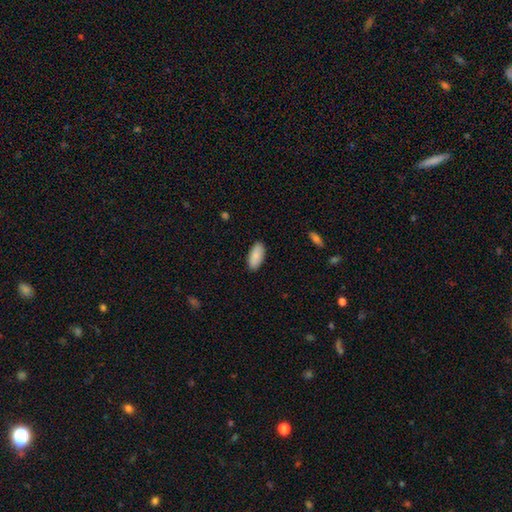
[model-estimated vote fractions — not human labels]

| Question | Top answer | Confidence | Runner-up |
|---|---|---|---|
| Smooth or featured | smooth | 88% | featured or disk (6%) |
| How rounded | in between | 90% | cigar-shaped (8%) |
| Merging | none | 89% | minor disturbance (8%) |